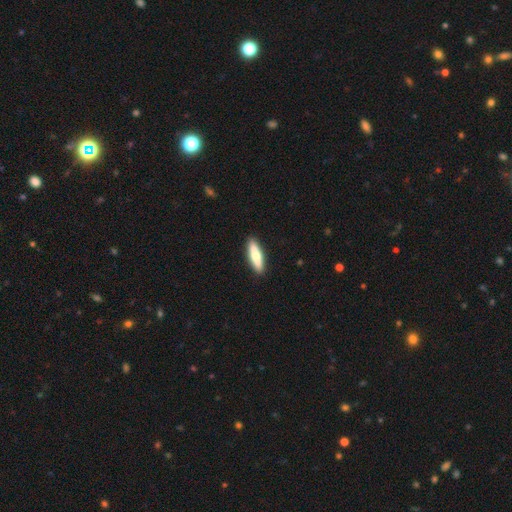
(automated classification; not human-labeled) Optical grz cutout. It shows a smooth galaxy with no disk features (63%) that is cigar-shaped (67%). Merging: none (91%).